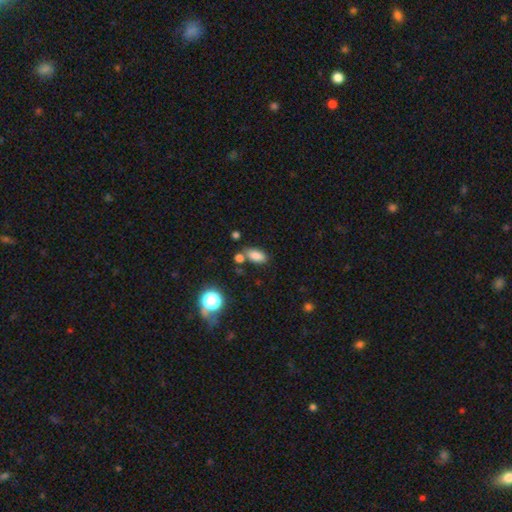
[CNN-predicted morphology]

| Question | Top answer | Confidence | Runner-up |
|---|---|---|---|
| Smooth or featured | smooth | 82% | star or artifact (12%) |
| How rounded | in between | 89% | round (6%) |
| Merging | none | 69% | merger (14%) |